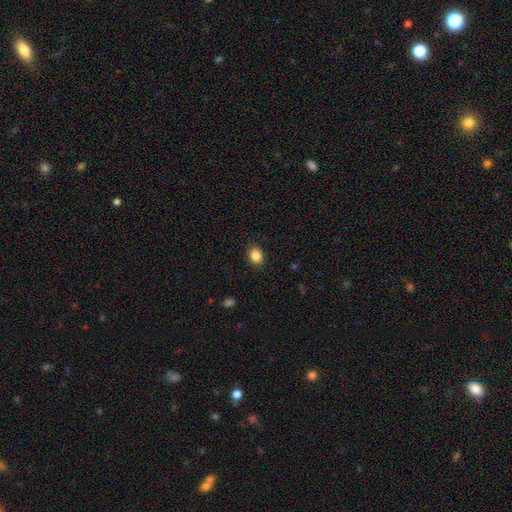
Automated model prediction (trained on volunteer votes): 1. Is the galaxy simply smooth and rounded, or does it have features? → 87% smooth, 9% star or artifact, 4% featured or disk.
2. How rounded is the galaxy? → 57% in between, 42% round, 1% cigar-shaped.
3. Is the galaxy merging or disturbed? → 89% none, 7% minor disturbance, 2% major disturbance, 1% merger.